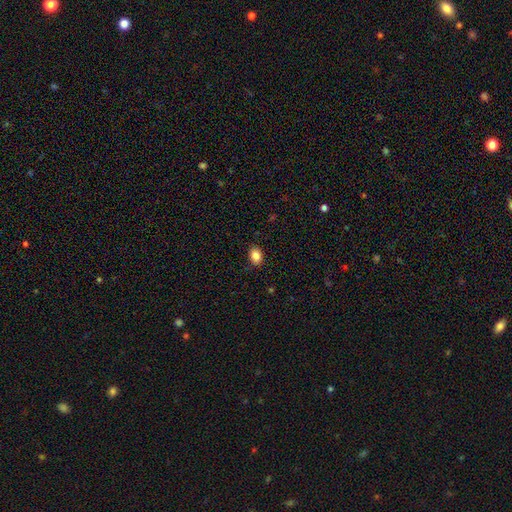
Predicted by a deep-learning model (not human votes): This is clearly a smooth galaxy (85%). How rounded: likely in between (73%). Merging: clearly none (88%).